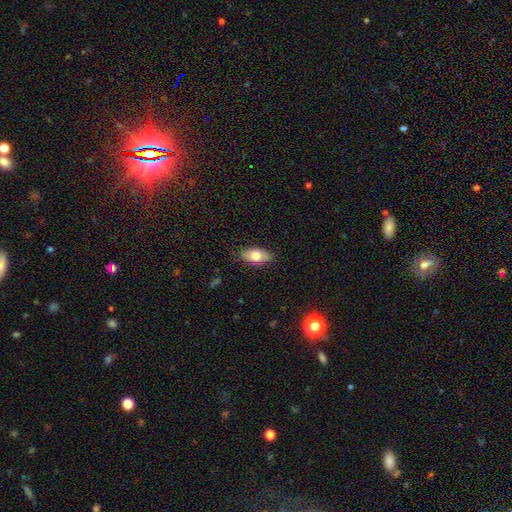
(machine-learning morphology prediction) A smooth galaxy with no disk features (76%) that is in between round and cigar-shaped (91%).

Vote fractions:
- Smooth or featured? smooth: 76% / featured or disk: 17% / star or artifact: 7%
- How rounded? in between: 91% / round: 5% / cigar-shaped: 4%
- Merging? none: 83% / minor disturbance: 14% / major disturbance: 2% / merger: 1%